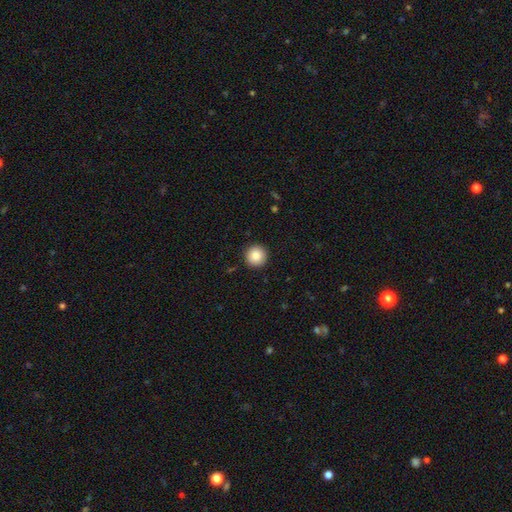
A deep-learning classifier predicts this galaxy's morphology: This is clearly a smooth galaxy (87%). How rounded: clearly round (96%). Merging: clearly none (92%).